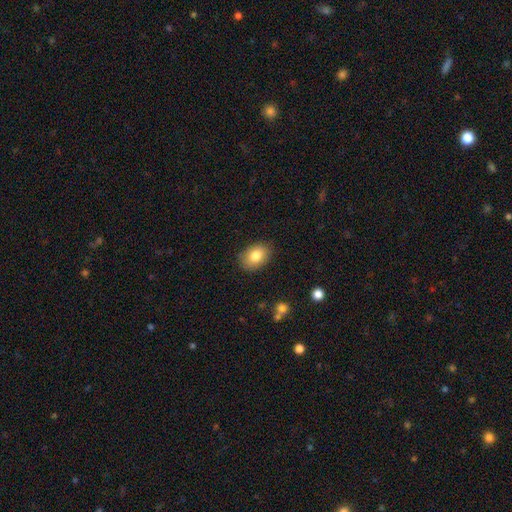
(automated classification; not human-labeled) This appears to be a smooth galaxy with no disk features (83%) that is in between round and cigar-shaped (78%). Merging: none (85%).